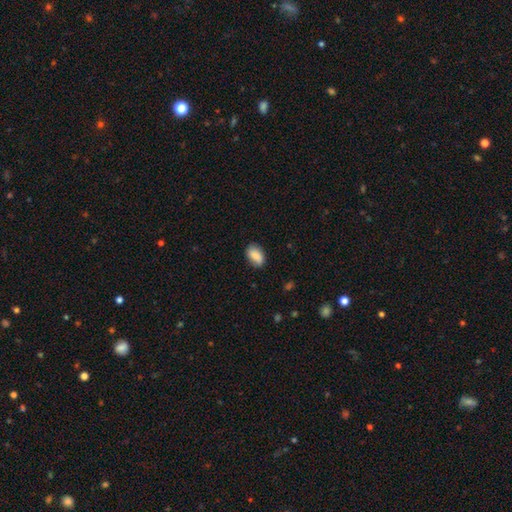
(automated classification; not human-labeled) smooth 84%, featured or disk 8%, star or artifact 7%. Down the decision tree: how rounded — in between (89%); merging — none (77%).